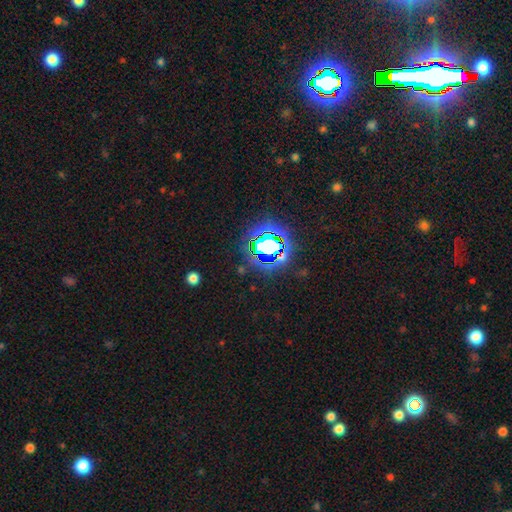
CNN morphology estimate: smooth-or-featured: star or artifact: 81% | smooth: 12% | featured or disk: 7%